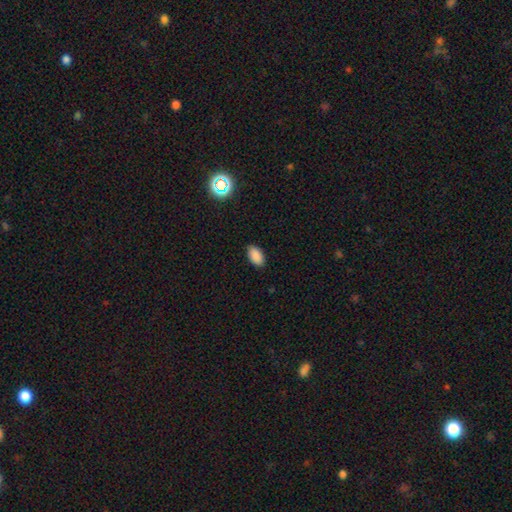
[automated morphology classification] A smooth galaxy with no disk features (88%) that is in between round and cigar-shaped (94%). Merging: none (88%).